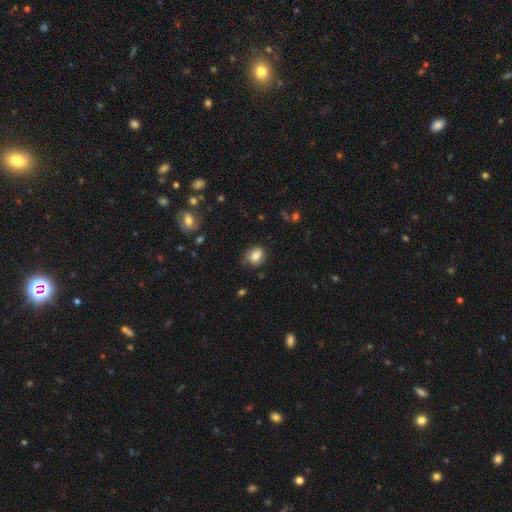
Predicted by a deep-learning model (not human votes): Smooth or featured? Predicted: smooth (p=0.80). How rounded? Predicted: round (p=0.54). Merging? Predicted: none (p=0.81).